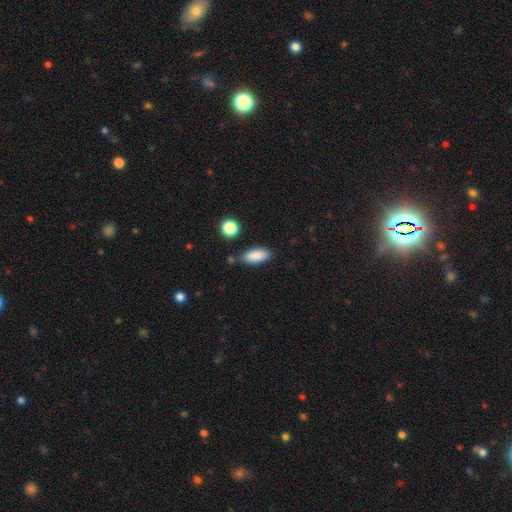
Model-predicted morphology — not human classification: A smooth galaxy with no disk features (88%) that is in between round and cigar-shaped (83%).

Vote fractions:
- Smooth or featured? smooth: 88% / star or artifact: 7% / featured or disk: 5%
- How rounded? in between: 83% / cigar-shaped: 15% / round: 3%
- Merging? none: 78% / minor disturbance: 13% / merger: 6% / major disturbance: 3%